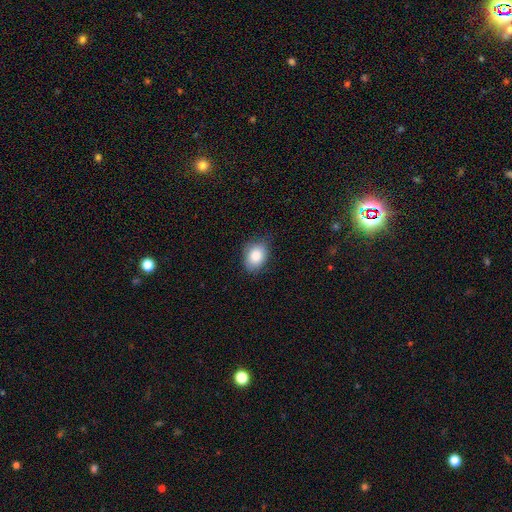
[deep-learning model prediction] This appears to be a smooth galaxy with no disk features (85%) that is in between round and cigar-shaped (69%). Merging: none (72%).